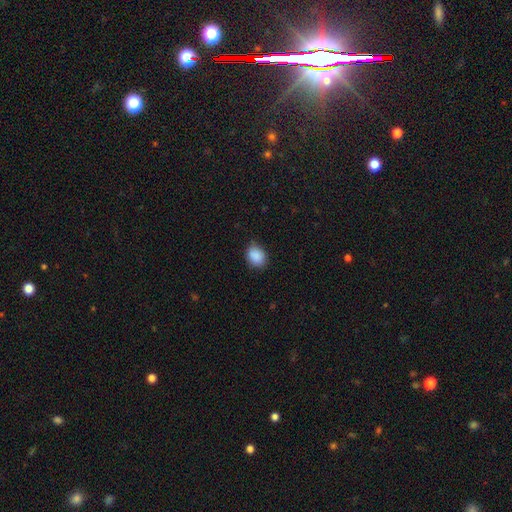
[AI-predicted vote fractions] This appears to be a smooth galaxy with no disk features (89%) that is in between round and cigar-shaped (54%). Merging: none (77%).